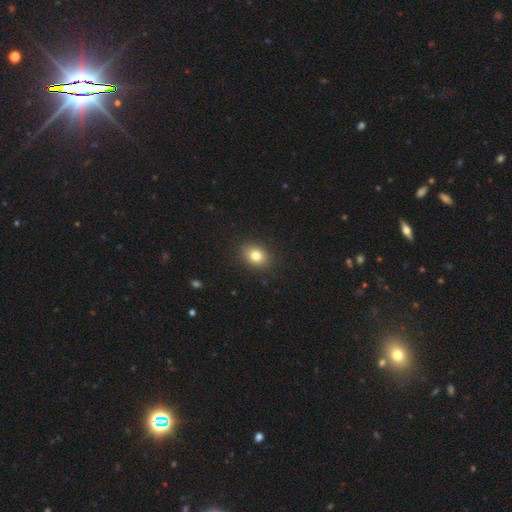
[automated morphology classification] smooth-or-featured: smooth: 81% | star or artifact: 10% | featured or disk: 9%
  how-rounded: in between: 60% | round: 39% | cigar-shaped: 1%
  merging: none: 89% | minor disturbance: 8% | major disturbance: 2% | merger: 1%